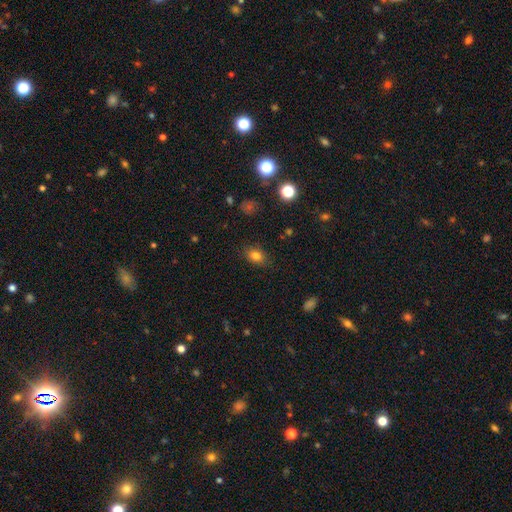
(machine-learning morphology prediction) The model was most divided on "how rounded": in between: 68%, round: 30%, cigar-shaped: 2%. More confident: merging — none (84%); smooth or featured — smooth (79%).